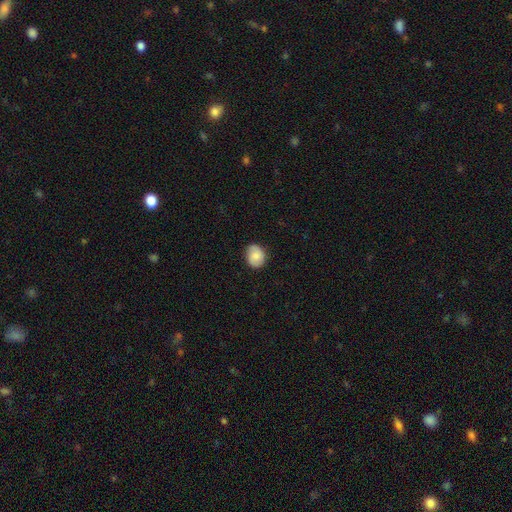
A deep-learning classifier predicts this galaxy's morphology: smooth 76%, featured or disk 16%, star or artifact 8%. Down the decision tree: how rounded — round (61%); merging — none (81%).